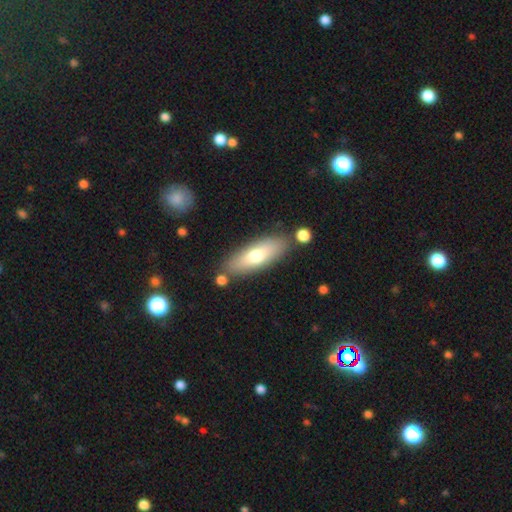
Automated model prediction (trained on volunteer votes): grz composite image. It shows a smooth galaxy with no disk features (68%) that is in between round and cigar-shaped (58%). Merging: none (80%).